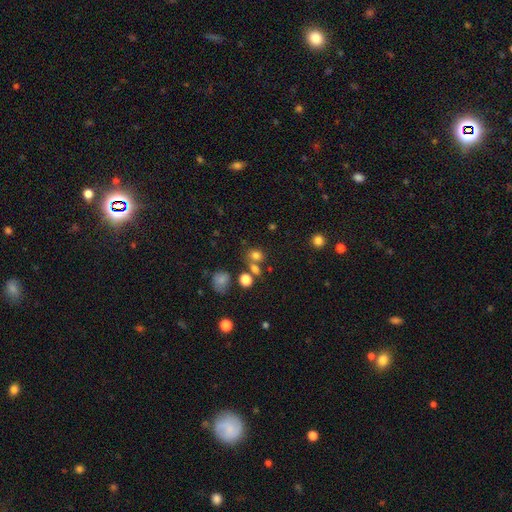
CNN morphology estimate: Smooth or featured: smooth — 74% (star or artifact — 18%)
How rounded: round — 61% (in between — 38%)
Merging: none — 58% (merger — 25%)